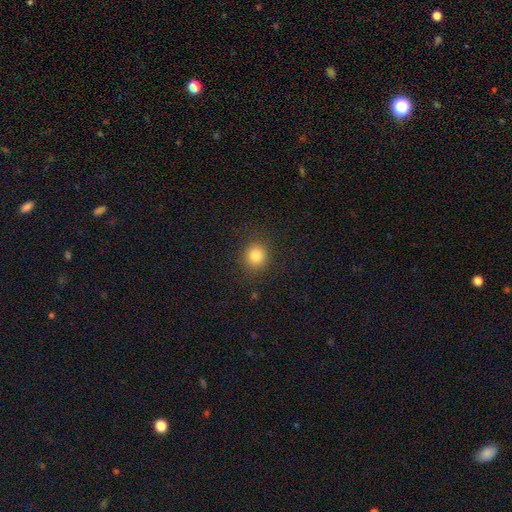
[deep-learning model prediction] This appears to be a smooth galaxy with no disk features (82%) that is round (88%). Merging: none (89%).